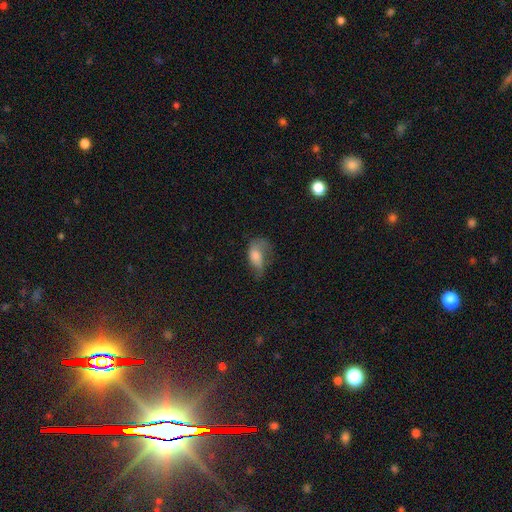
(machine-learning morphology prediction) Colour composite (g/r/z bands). It shows a smooth galaxy with no disk features (61%) that is in between round and cigar-shaped (85%). Merging: major disturbance (41%).